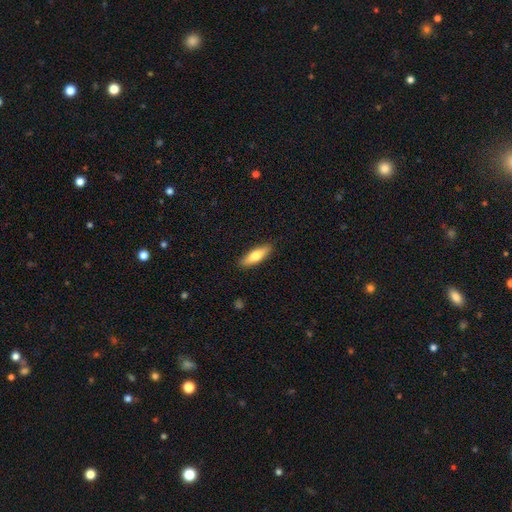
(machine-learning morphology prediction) Overall: smooth (71%). How rounded: cigar-shaped (51%; in between 47%). Merging: none (88%).